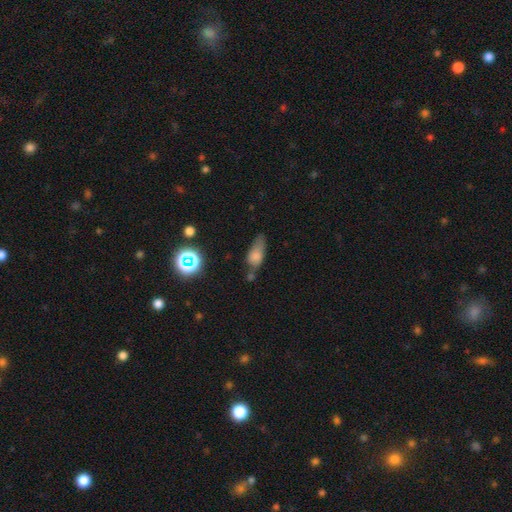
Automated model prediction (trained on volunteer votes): smooth_or_featured: smooth (p=0.70) [alt: featured or disk p=0.16]
how_rounded: in between (p=0.74) [alt: cigar-shaped p=0.18]
merging: none (p=0.36) [alt: minor disturbance p=0.34]